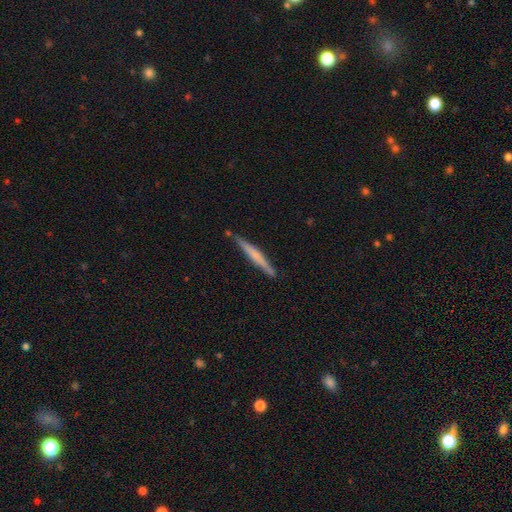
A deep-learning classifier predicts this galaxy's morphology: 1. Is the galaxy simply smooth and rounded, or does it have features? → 49% featured or disk, 46% smooth, 5% star or artifact.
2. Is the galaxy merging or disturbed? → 86% none, 10% minor disturbance, 2% merger, 2% major disturbance.